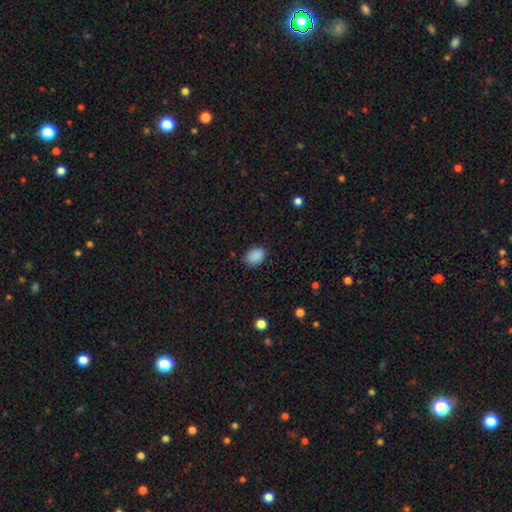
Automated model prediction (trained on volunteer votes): This appears to be a smooth galaxy with no disk features (89%) that is in between round and cigar-shaped (79%). Merging: none (83%).